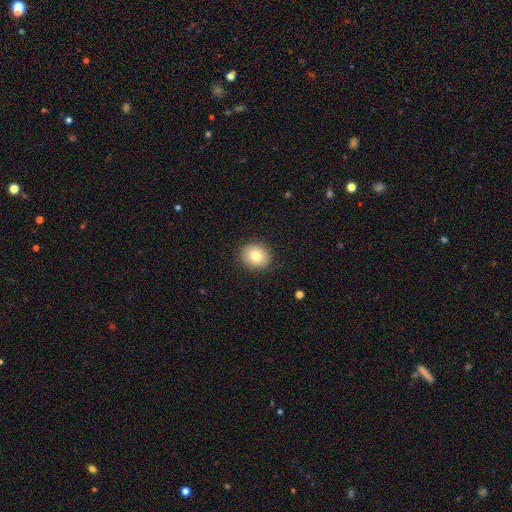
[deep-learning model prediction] The model was most divided on "how rounded": round: 70%, in between: 29%, cigar-shaped: 1%. More confident: merging — none (89%); smooth or featured — smooth (80%).